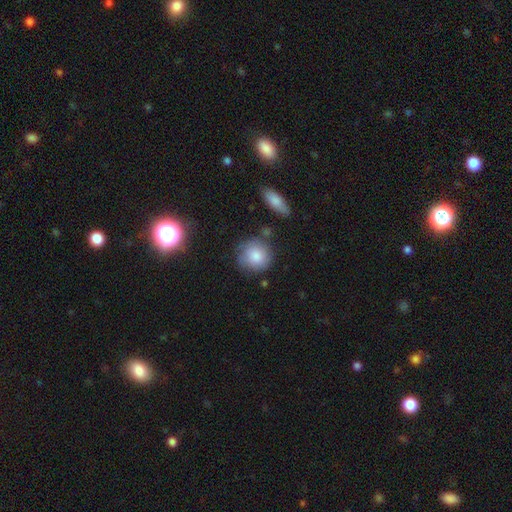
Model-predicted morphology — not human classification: A smooth galaxy with no disk features (83%) that is round (88%).

Vote fractions:
- Smooth or featured? smooth: 83% / featured or disk: 10% / star or artifact: 7%
- How rounded? round: 88% / in between: 11% / cigar-shaped: 1%
- Merging? none: 71% / minor disturbance: 18% / merger: 6% / major disturbance: 5%